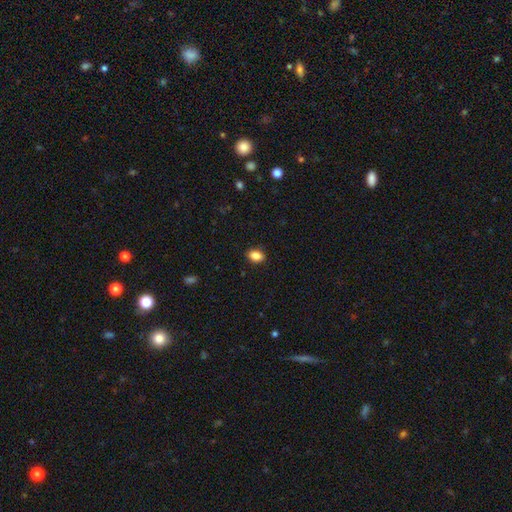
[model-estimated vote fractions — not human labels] Smooth or featured: smooth — 86% (star or artifact — 9%)
How rounded: in between — 80% (round — 19%)
Merging: none — 89% (minor disturbance — 8%)